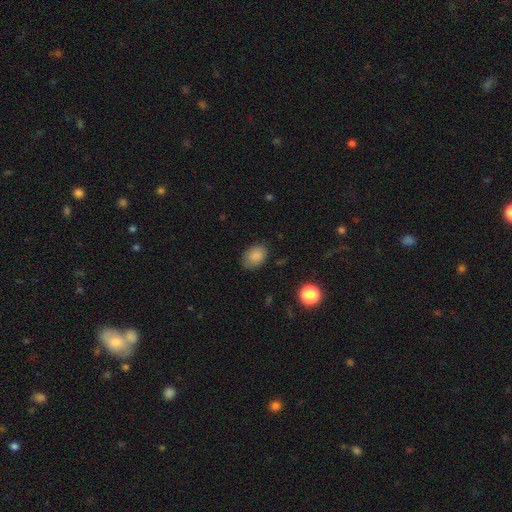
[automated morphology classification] A smooth galaxy with no disk features (85%) that is in between round and cigar-shaped (78%). Merging: none (78%).